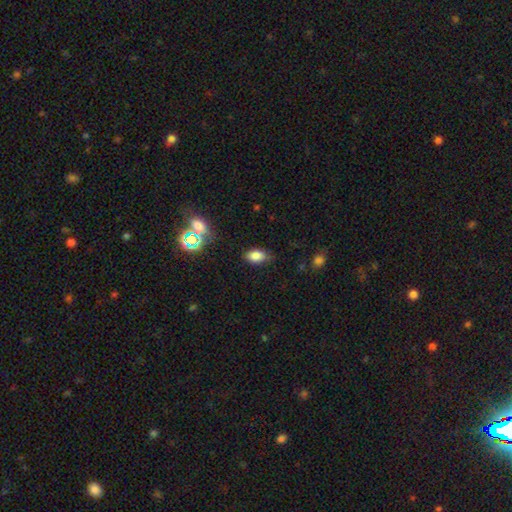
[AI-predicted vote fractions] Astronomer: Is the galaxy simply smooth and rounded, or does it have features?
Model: smooth — 79%.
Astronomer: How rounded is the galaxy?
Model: in between — 87%.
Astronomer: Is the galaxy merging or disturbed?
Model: none — 75%.